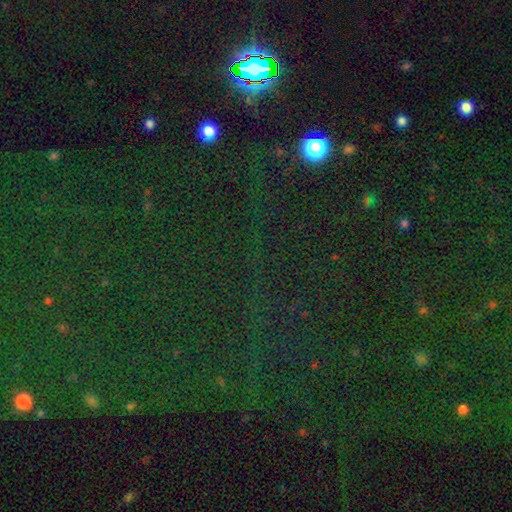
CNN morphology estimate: smooth-or-featured: star or artifact: 78% | smooth: 15% | featured or disk: 7%